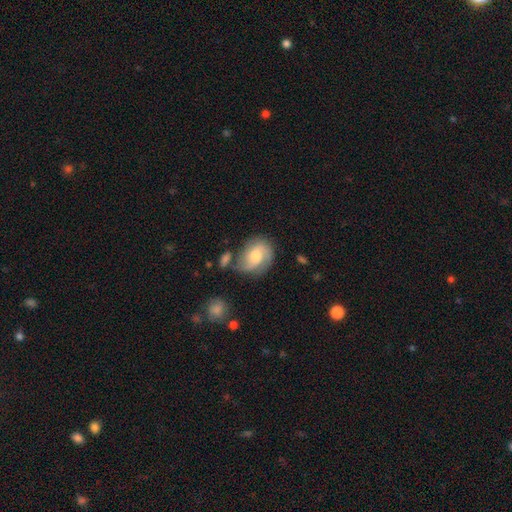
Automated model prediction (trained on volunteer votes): This is possibly a featured or disk galaxy (58%). It is clearly not viewed edge-on (97%). Bar: likely no (63%). Spiral arm pattern: clearly yes (88%). Central bulge: likely moderate (61%). Merging: possibly none (58%).